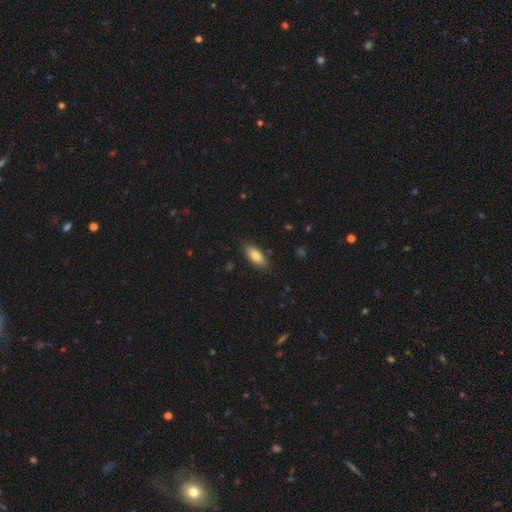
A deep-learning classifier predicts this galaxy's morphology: smooth 81%, featured or disk 13%, star or artifact 6%. Down the decision tree: how rounded — in between (78%); merging — none (87%).